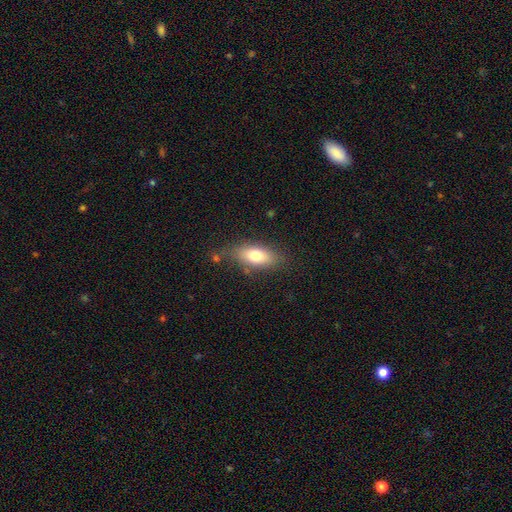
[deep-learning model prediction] Overall: smooth (76%). How rounded: in between (82%). Merging: none (75%).